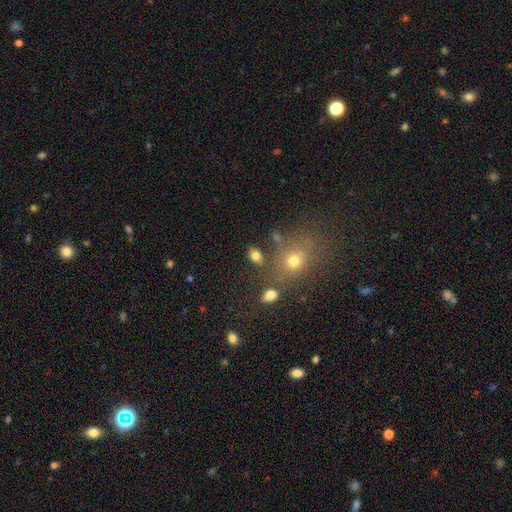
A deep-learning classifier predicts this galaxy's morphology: smooth-or-featured: smooth: 78% | star or artifact: 12% | featured or disk: 10%
  how-rounded: in between: 80% | round: 18% | cigar-shaped: 2%
  merging: none: 74% | minor disturbance: 12% | merger: 9% | major disturbance: 5%